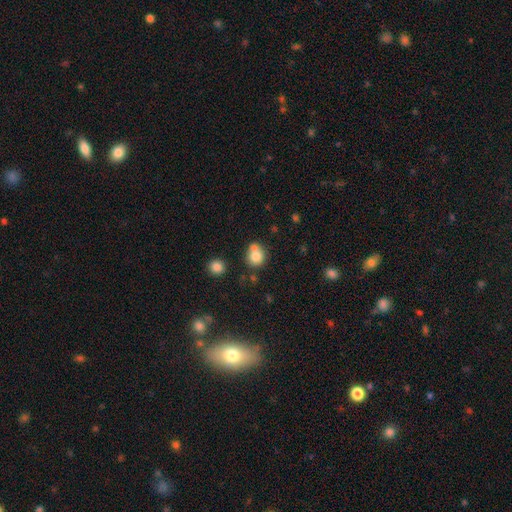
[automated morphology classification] Overall: smooth (79%). How rounded: round (78%). Merging: none (49%; merger 34%).